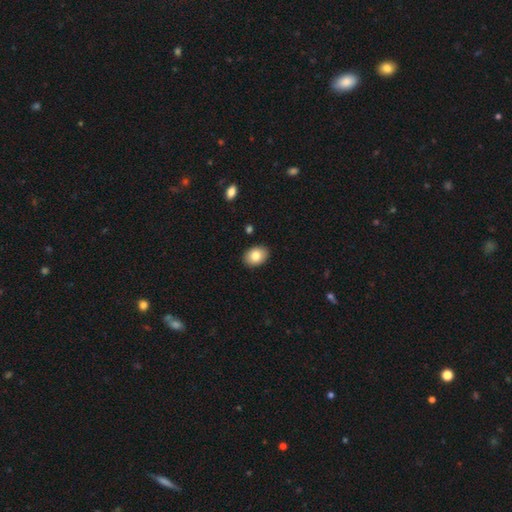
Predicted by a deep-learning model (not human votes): This is clearly a smooth galaxy (83%). How rounded: likely in between (74%). Merging: clearly none (90%).